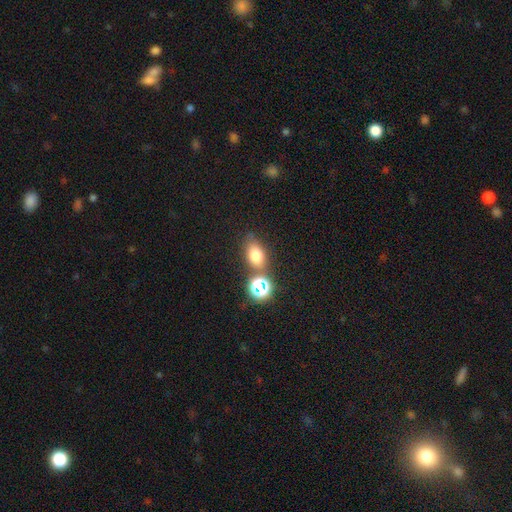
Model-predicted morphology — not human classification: smooth 72%, star or artifact 18%, featured or disk 10%. Down the decision tree: how rounded — in between (70%); merging — none (63%).